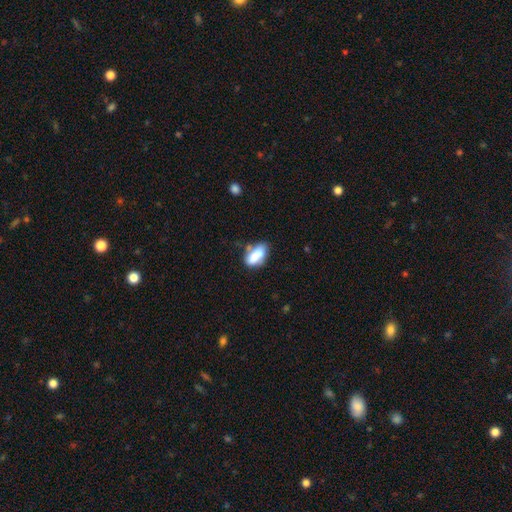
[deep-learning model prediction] Overall: smooth (80%). How rounded: in between (86%). Merging: none (54%; minor disturbance 25%).